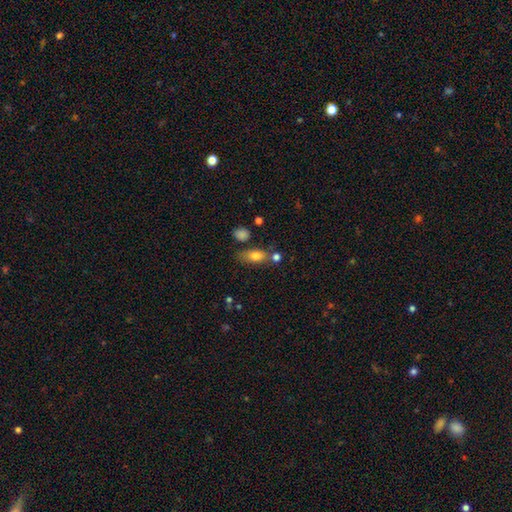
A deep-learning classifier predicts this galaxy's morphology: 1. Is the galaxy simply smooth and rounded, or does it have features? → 77% smooth, 14% featured or disk, 9% star or artifact.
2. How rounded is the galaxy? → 80% in between, 12% cigar-shaped, 8% round.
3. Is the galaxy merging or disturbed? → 59% none, 19% minor disturbance, 16% merger, 6% major disturbance.